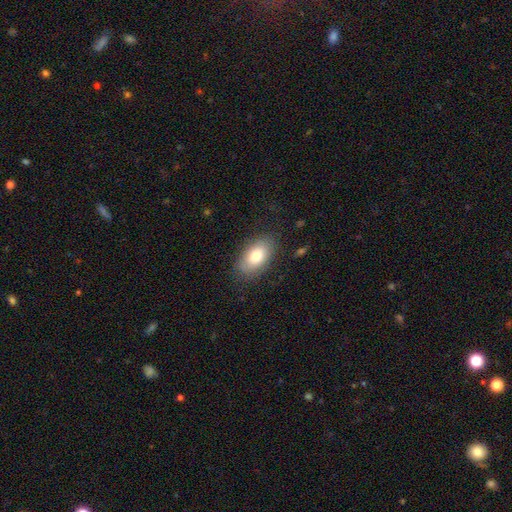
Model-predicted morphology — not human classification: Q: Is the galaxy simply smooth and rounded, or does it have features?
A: smooth — 76%.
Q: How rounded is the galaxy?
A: in between — 91%.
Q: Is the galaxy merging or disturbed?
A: none — 82%.